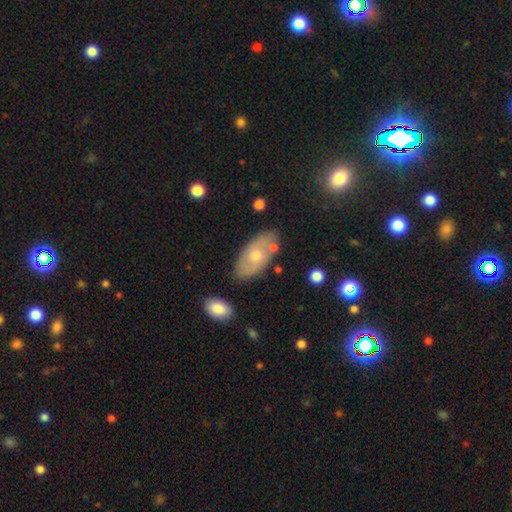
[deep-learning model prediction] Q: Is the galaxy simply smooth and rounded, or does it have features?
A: smooth — 48%.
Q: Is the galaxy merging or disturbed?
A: none — 76%.